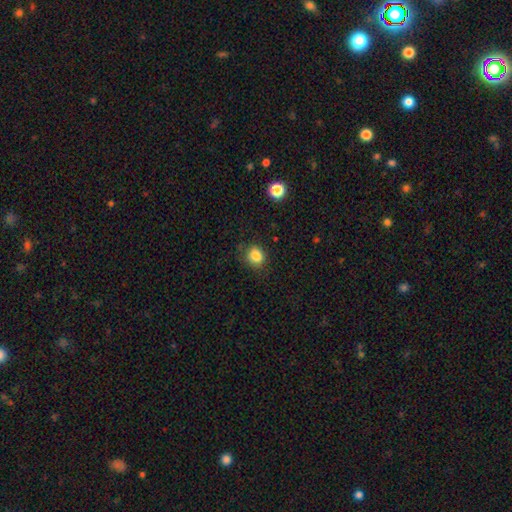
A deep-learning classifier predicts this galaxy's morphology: A smooth galaxy with no disk features (84%) that is round (64%).

Vote fractions:
- Smooth or featured? smooth: 84% / star or artifact: 11% / featured or disk: 5%
- How rounded? round: 64% / in between: 35% / cigar-shaped: 1%
- Merging? none: 79% / minor disturbance: 15% / major disturbance: 4% / merger: 2%